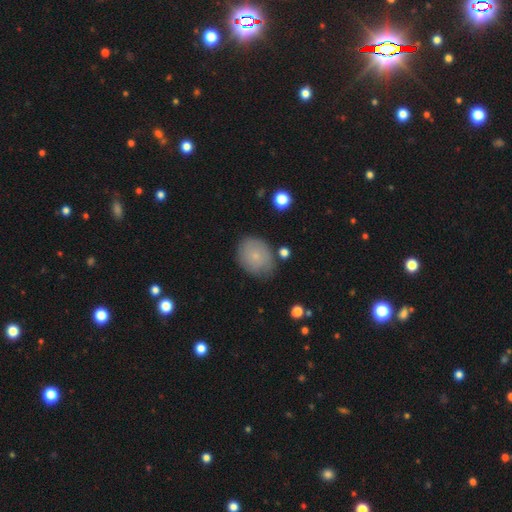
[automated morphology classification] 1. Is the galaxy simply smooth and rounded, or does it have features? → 74% smooth, 18% featured or disk, 8% star or artifact.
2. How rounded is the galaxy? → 51% in between, 48% round, 1% cigar-shaped.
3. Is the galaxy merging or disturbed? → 71% none, 21% minor disturbance, 5% major disturbance, 3% merger.